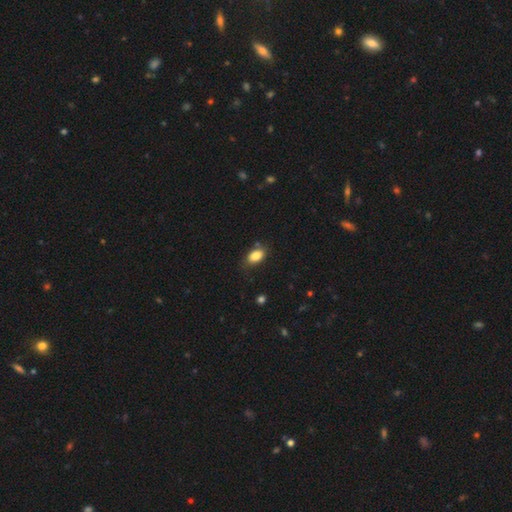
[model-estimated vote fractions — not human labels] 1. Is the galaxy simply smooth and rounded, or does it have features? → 85% smooth, 8% star or artifact, 7% featured or disk.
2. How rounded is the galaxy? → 88% in between, 10% round, 2% cigar-shaped.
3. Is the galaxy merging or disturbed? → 74% none, 19% minor disturbance, 4% major disturbance, 3% merger.